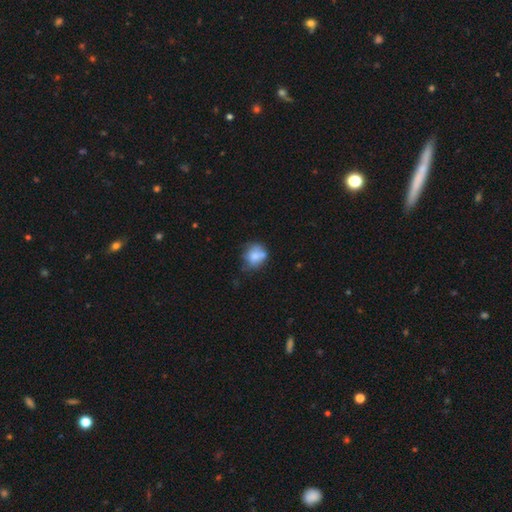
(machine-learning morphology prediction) This appears to be a smooth galaxy with no disk features (70%) that is round (65%). Merging: none (47%).